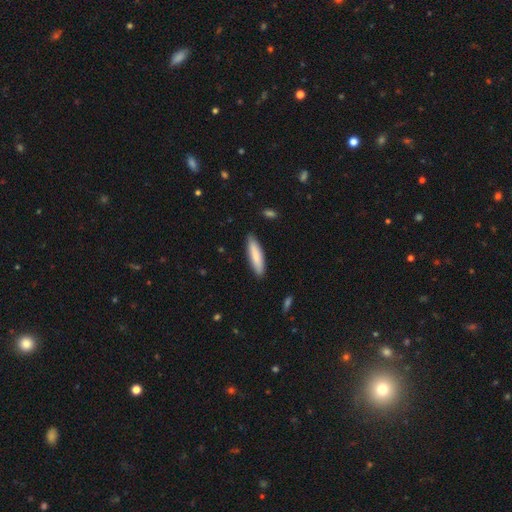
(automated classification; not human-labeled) A smooth galaxy with no disk features (82%) that is cigar-shaped (74%). Merging: none (87%).